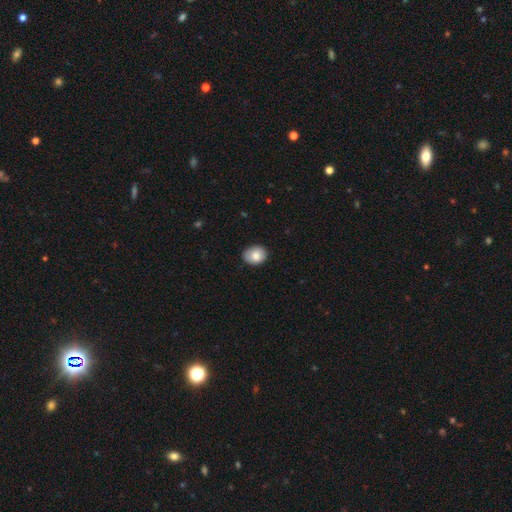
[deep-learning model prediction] Overall: smooth (82%). How rounded: in between (56%; round 43%). Merging: none (84%).